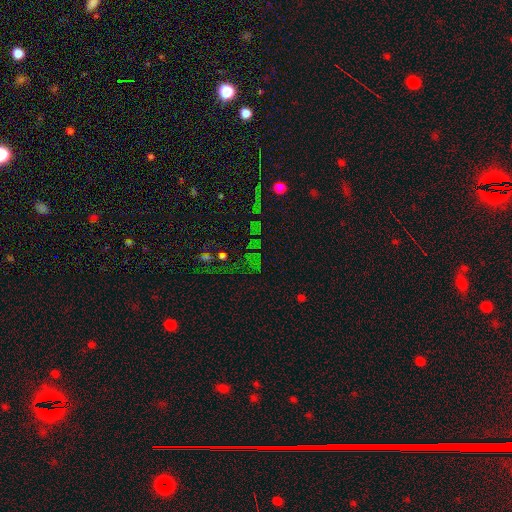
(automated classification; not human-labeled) The model was most divided on "smooth or featured": star or artifact: 71%, smooth: 18%, featured or disk: 11%.